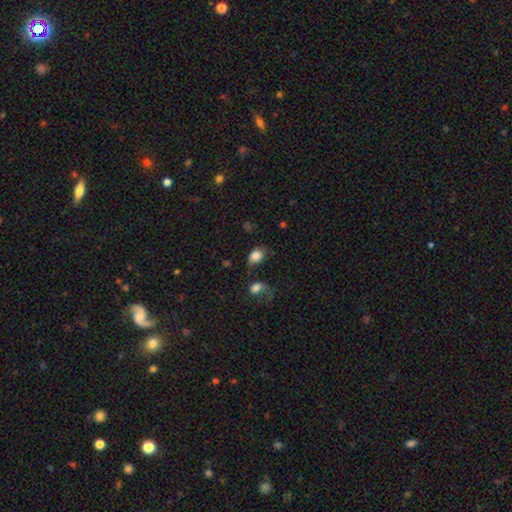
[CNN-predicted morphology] smooth_or_featured: smooth (p=0.83) [alt: featured or disk p=0.08]
how_rounded: in between (p=0.69) [alt: round p=0.29]
merging: none (p=0.52) [alt: minor disturbance p=0.24]